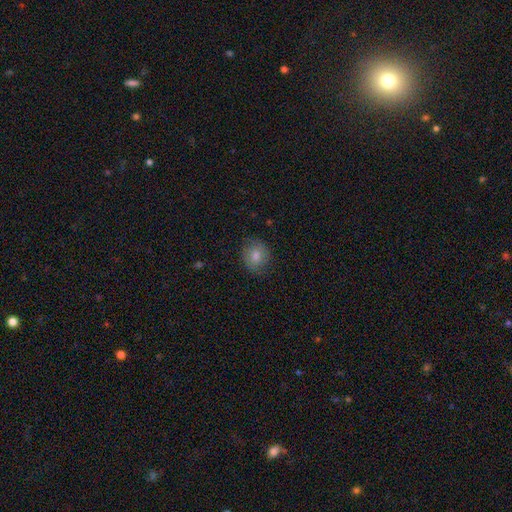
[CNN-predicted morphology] smooth_or_featured: smooth (p=0.69) [alt: featured or disk p=0.19]
how_rounded: round (p=0.69) [alt: in between p=0.30]
merging: none (p=0.82) [alt: minor disturbance p=0.13]